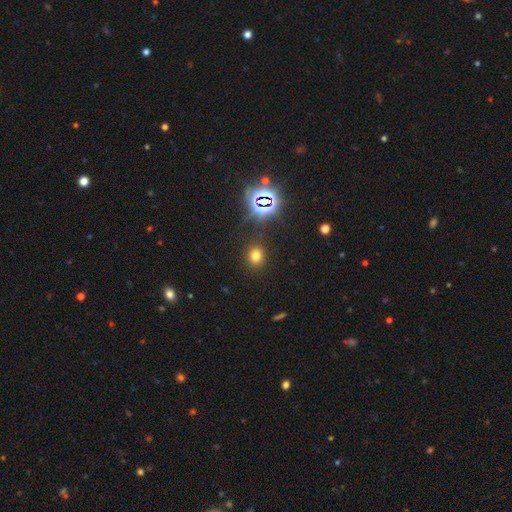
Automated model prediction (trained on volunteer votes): This is likely a smooth galaxy (69%). How rounded: likely round (67%). Merging: clearly none (87%).